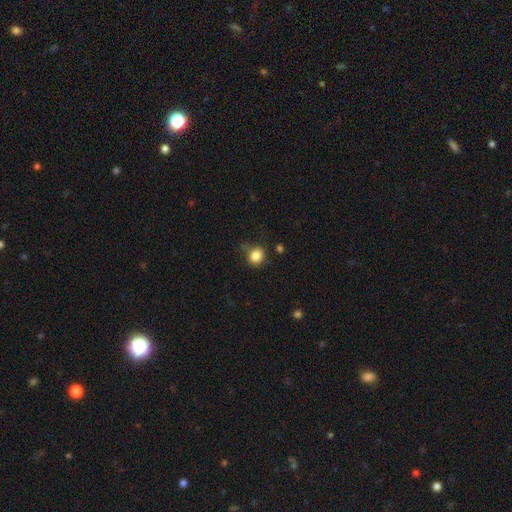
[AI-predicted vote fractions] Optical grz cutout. It shows a smooth galaxy with no disk features (84%) that is round (78%). Merging: none (65%).